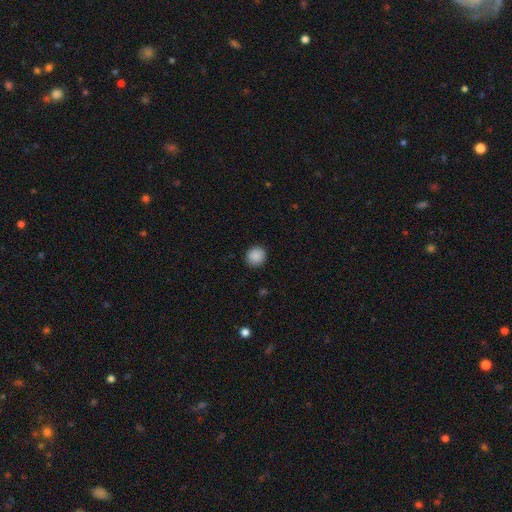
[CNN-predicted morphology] Smooth or featured?
  - smooth: 89% *
  - star or artifact: 9%
  - featured or disk: 2%
How rounded?
  - round: 91% *
  - in between: 8%
  - cigar-shaped: 1%
Merging?
  - none: 91% *
  - minor disturbance: 6%
  - major disturbance: 2%
  - merger: 1%